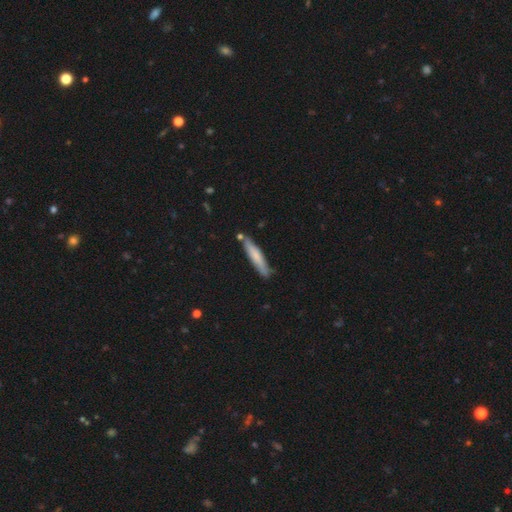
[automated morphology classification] Smooth or featured? smooth (70%)
How rounded? cigar-shaped (90%)
Merging? none (77%)